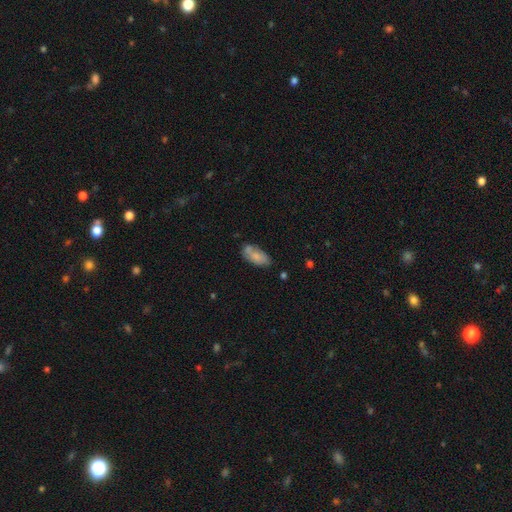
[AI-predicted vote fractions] Smooth or featured? smooth (72%)
How rounded? in between (89%)
Merging? none (57%)